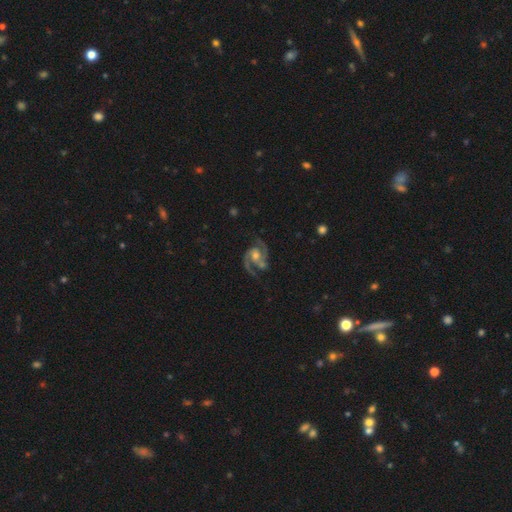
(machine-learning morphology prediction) This appears to be a featured or disk galaxy (92%) with no bar (55%), 2 (92%) medium (62%) spiral arms (98%) and a moderate central bulge (61%). Merging: none (72%).